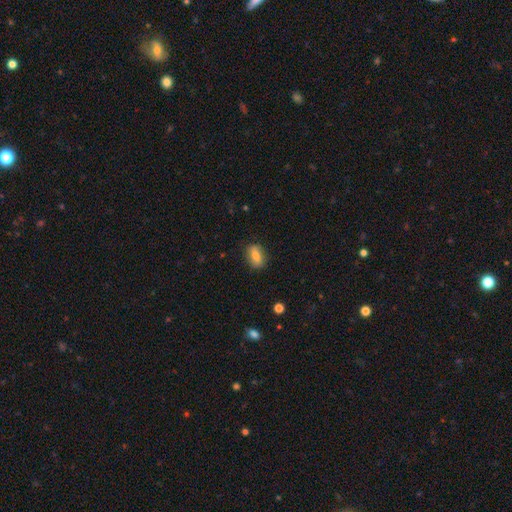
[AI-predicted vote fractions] smooth 78%, featured or disk 14%, star or artifact 8%. Down the decision tree: how rounded — in between (81%); merging — none (83%).